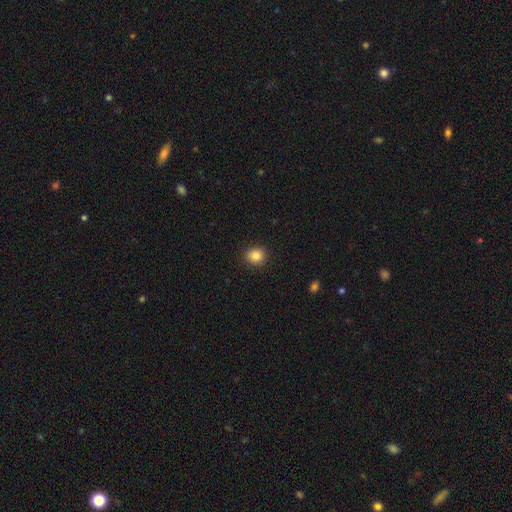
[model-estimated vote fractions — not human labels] smooth_or_featured: smooth (p=0.85) [alt: star or artifact p=0.10]
how_rounded: round (p=0.77) [alt: in between p=0.22]
merging: none (p=0.89) [alt: minor disturbance p=0.08]